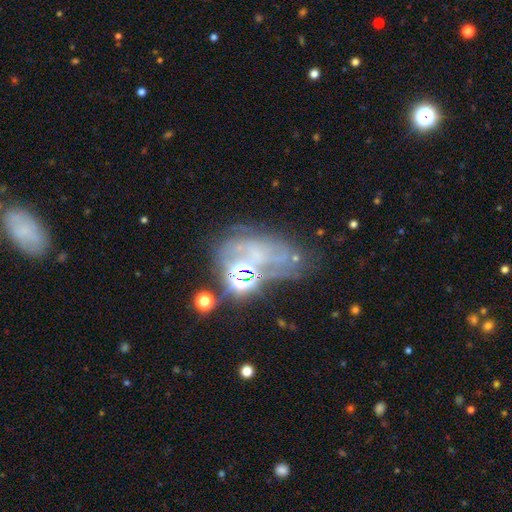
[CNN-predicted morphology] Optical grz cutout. It shows a featured or disk galaxy (45%). Merging: none (38%).